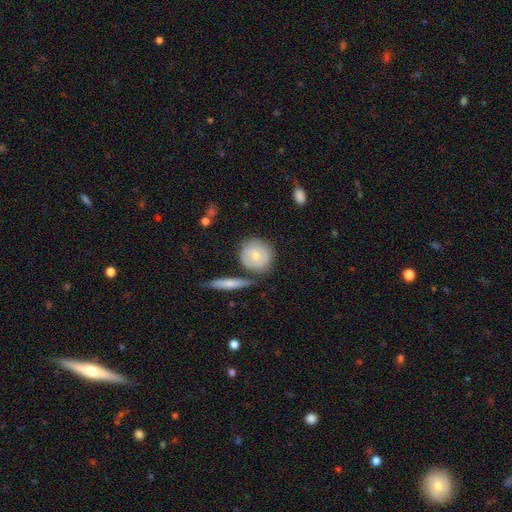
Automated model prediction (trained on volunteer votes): A smooth galaxy with no disk features (64%) that is round (88%).

Vote fractions:
- Smooth or featured? smooth: 64% / featured or disk: 30% / star or artifact: 6%
- How rounded? round: 88% / in between: 10% / cigar-shaped: 2%
- Merging? none: 69% / minor disturbance: 16% / merger: 11% / major disturbance: 5%